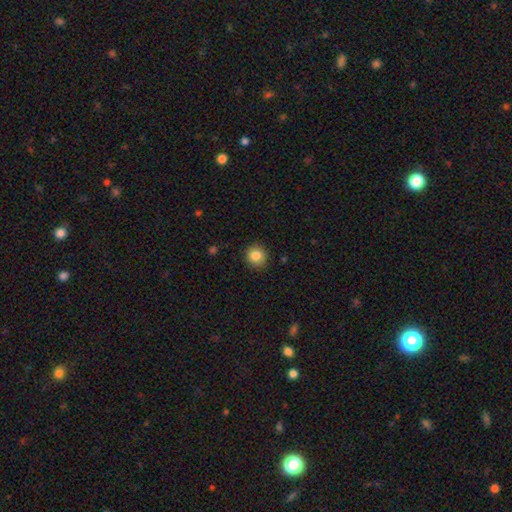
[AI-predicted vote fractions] Smooth or featured? Predicted: smooth (p=0.85). How rounded? Predicted: round (p=0.89). Merging? Predicted: none (p=0.89).